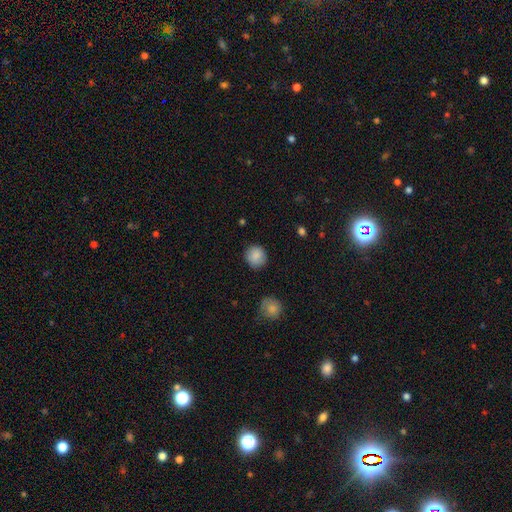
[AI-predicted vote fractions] Smooth or featured?
  - smooth: 87% *
  - star or artifact: 8%
  - featured or disk: 5%
How rounded?
  - round: 90% *
  - in between: 9%
  - cigar-shaped: 1%
Merging?
  - none: 88% *
  - minor disturbance: 8%
  - major disturbance: 2%
  - merger: 1%